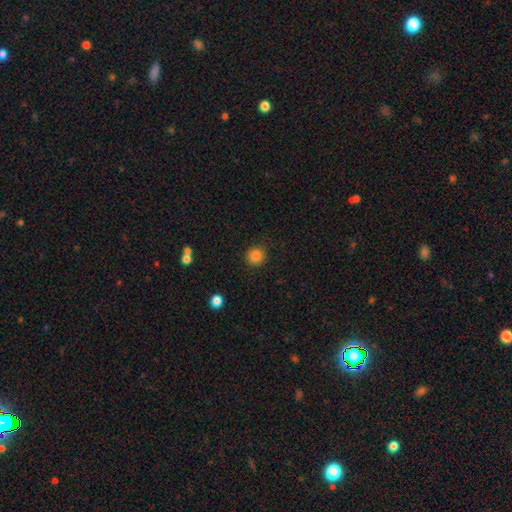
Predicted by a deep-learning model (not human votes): Morphology: type=smooth (85%); roundness=round (92%); merging=none (90%).